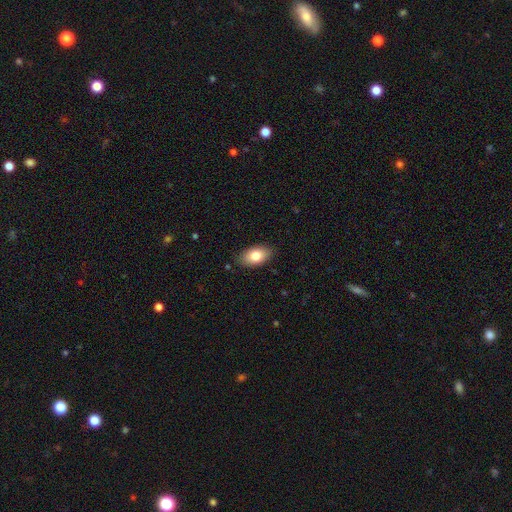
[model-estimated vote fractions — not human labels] Q: Smooth or featured?
A: smooth (82%); runner-up: featured or disk (11%)
Q: How rounded?
A: in between (92%); runner-up: round (6%)
Q: Merging?
A: none (85%); runner-up: minor disturbance (12%)